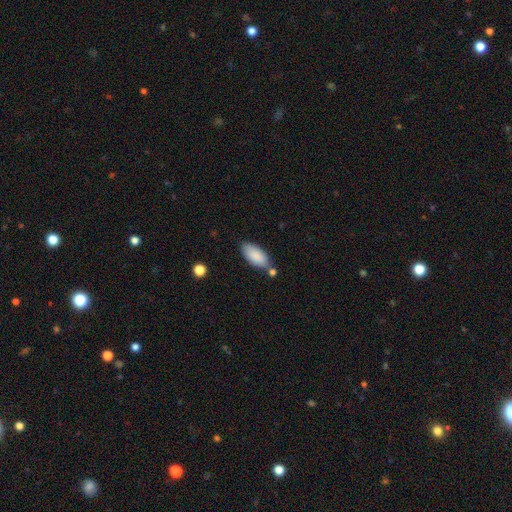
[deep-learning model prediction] A smooth galaxy with no disk features (87%) that is in between round and cigar-shaped (91%).

Vote fractions:
- Smooth or featured? smooth: 87% / featured or disk: 7% / star or artifact: 6%
- How rounded? in between: 91% / cigar-shaped: 7% / round: 2%
- Merging? none: 65% / minor disturbance: 17% / merger: 13% / major disturbance: 4%